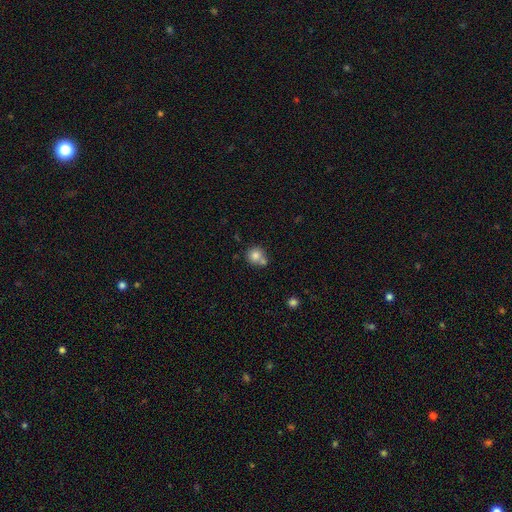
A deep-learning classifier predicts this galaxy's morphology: Overall: smooth (80%). How rounded: round (89%). Merging: none (55%; merger 32%).